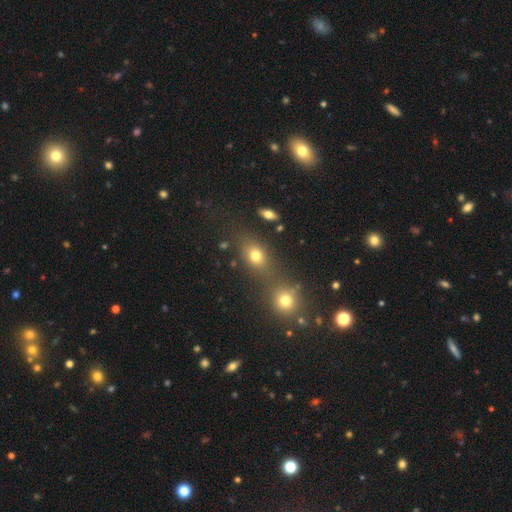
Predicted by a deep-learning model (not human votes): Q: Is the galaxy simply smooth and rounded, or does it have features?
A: smooth — 71%.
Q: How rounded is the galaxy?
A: in between — 58%.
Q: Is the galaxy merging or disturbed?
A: none — 54%.